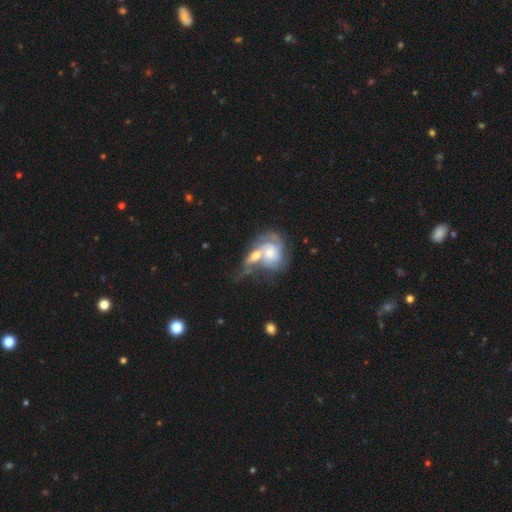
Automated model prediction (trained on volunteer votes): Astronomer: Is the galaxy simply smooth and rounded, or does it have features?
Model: featured or disk — 65%.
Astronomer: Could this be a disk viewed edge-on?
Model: no — 94%.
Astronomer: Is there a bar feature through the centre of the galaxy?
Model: no — 74%.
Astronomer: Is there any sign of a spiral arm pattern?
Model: yes — 75%.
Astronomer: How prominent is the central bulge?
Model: moderate — 50% (runner-up: small, 26%).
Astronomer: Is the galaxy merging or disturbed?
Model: merger — 62%.